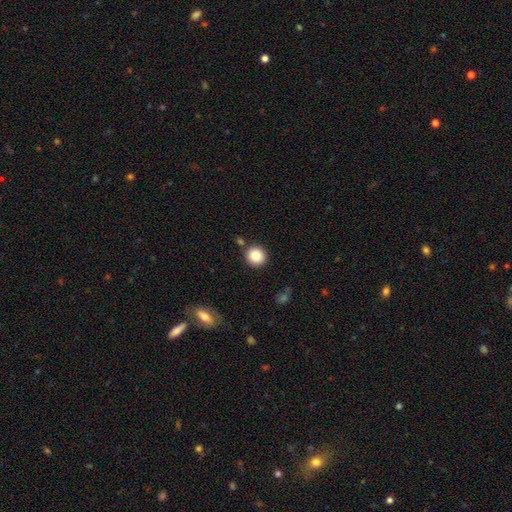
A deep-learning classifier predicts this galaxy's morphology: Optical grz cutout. It shows a smooth galaxy with no disk features (85%) that is round (93%). Merging: none (85%).